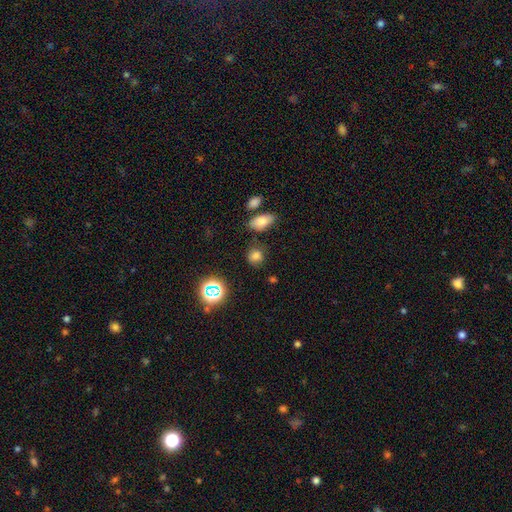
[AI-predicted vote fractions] Smooth or featured? Predicted: smooth (p=0.75). How rounded? Predicted: round (p=0.71). Merging? Predicted: none (p=0.76).